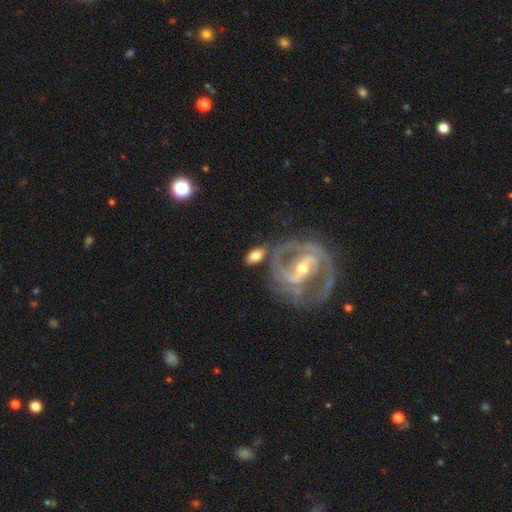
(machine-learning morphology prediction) type=smooth (49%); merging=none (60%).